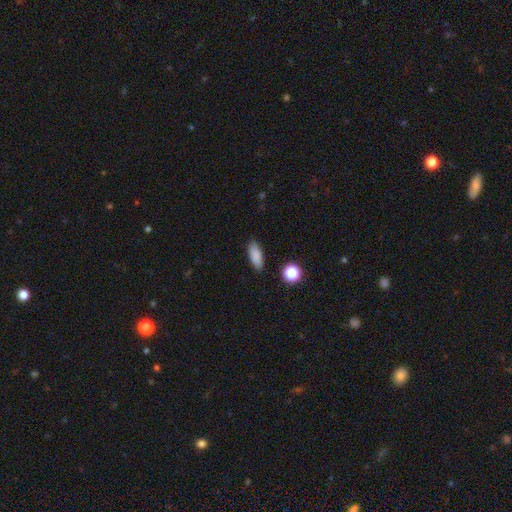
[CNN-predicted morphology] A smooth galaxy with no disk features (86%) that is in between round and cigar-shaped (75%).

Vote fractions:
- Smooth or featured? smooth: 86% / star or artifact: 9% / featured or disk: 5%
- How rounded? in between: 75% / cigar-shaped: 21% / round: 4%
- Merging? none: 87% / minor disturbance: 9% / major disturbance: 2% / merger: 2%